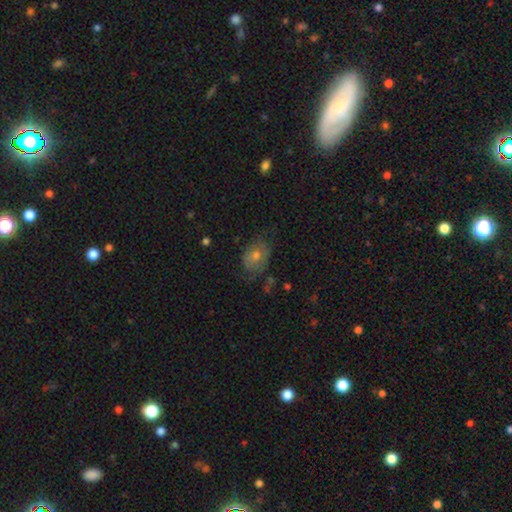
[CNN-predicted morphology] A smooth galaxy with no disk features (60%) that is in between round and cigar-shaped (69%).

Vote fractions:
- Smooth or featured? smooth: 60% / featured or disk: 29% / star or artifact: 11%
- How rounded? in between: 69% / round: 30% / cigar-shaped: 1%
- Merging? none: 60% / minor disturbance: 27% / major disturbance: 11% / merger: 2%